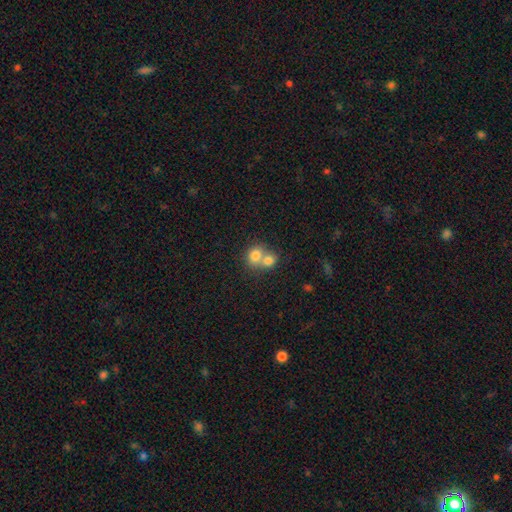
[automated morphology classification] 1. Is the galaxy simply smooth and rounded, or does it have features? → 77% smooth, 14% featured or disk, 10% star or artifact.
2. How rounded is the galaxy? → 71% round, 28% in between, 1% cigar-shaped.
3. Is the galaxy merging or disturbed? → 68% merger, 25% none, 5% minor disturbance, 2% major disturbance.